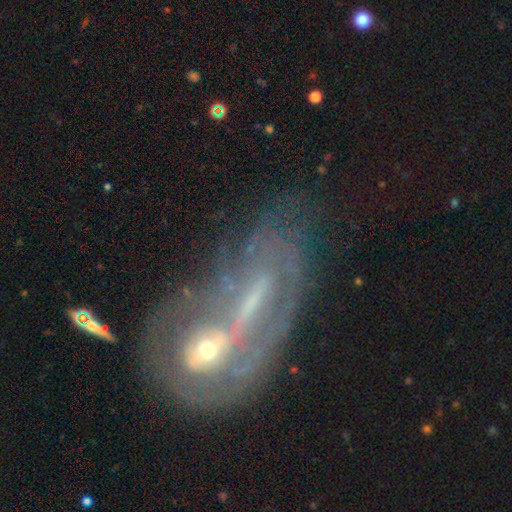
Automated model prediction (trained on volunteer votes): Overall: featured or disk (74%). Edge-on disk: no (89%). Bar: weak (35%; no 34%). Spiral arms: yes (69%; no 31%). Bulge size: small (55%; moderate 23%). Merging: merger (49%; none 24%).